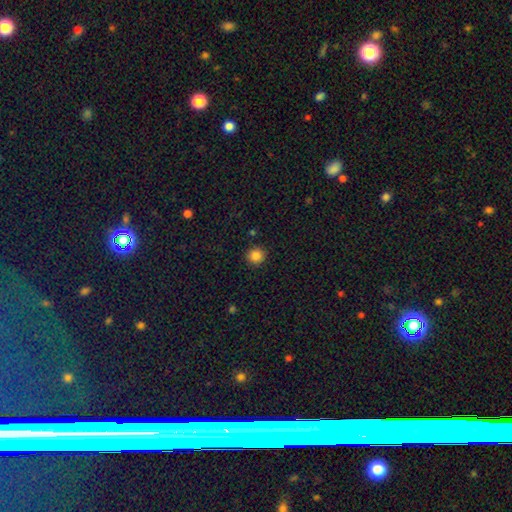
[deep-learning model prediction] smooth_or_featured: smooth (p=0.85) [alt: star or artifact p=0.11]
how_rounded: round (p=0.93) [alt: in between p=0.06]
merging: none (p=0.91) [alt: minor disturbance p=0.06]